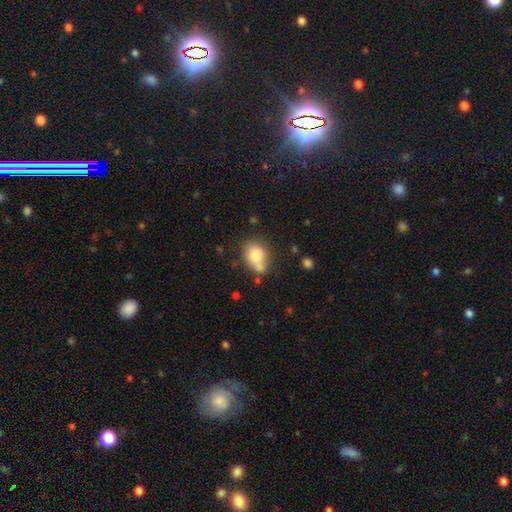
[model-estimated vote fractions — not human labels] Smooth or featured? Predicted: smooth (p=0.77). How rounded? Predicted: in between (p=0.53). Merging? Predicted: none (p=0.51).